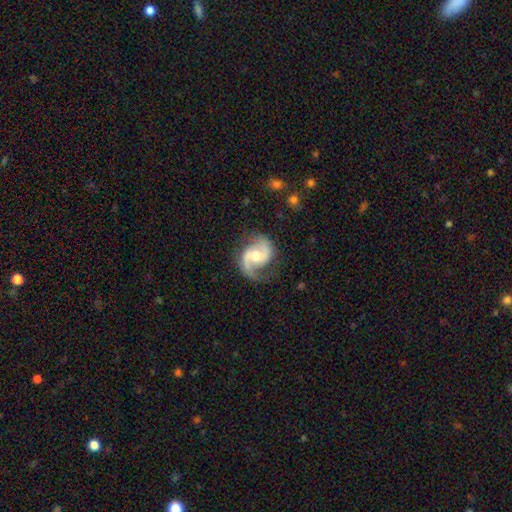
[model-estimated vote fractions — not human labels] A featured or disk galaxy (90%) with a weak bar (45%), 2 (88%) medium (54%) spiral arms (98%) and a moderate central bulge (65%). Merging: none (72%).